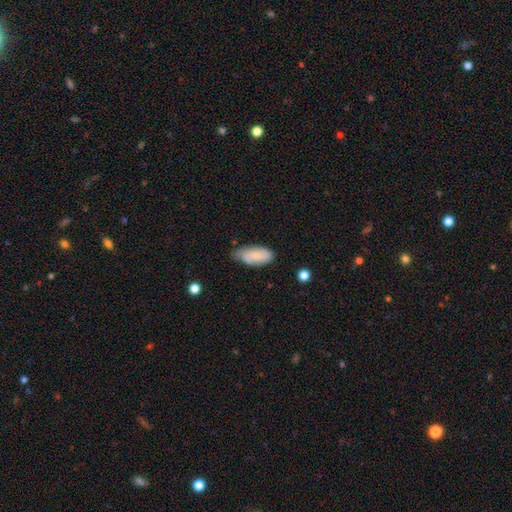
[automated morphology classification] Smooth or featured? Predicted: smooth (p=0.60). How rounded? Predicted: in between (p=0.89). Merging? Predicted: none (p=0.56).